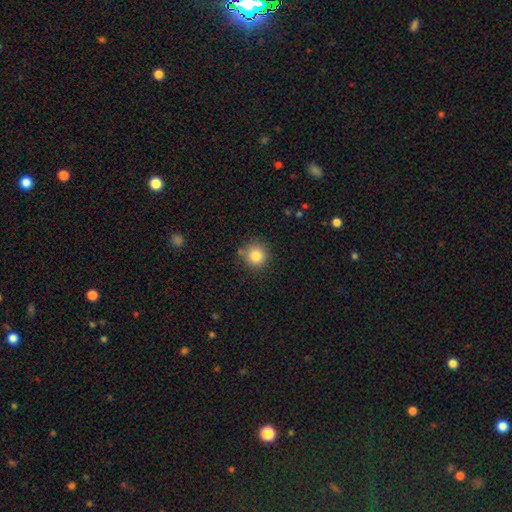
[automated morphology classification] smooth_or_featured: smooth (p=0.83) [alt: star or artifact p=0.11]
how_rounded: round (p=0.93) [alt: in between p=0.06]
merging: none (p=0.83) [alt: minor disturbance p=0.10]